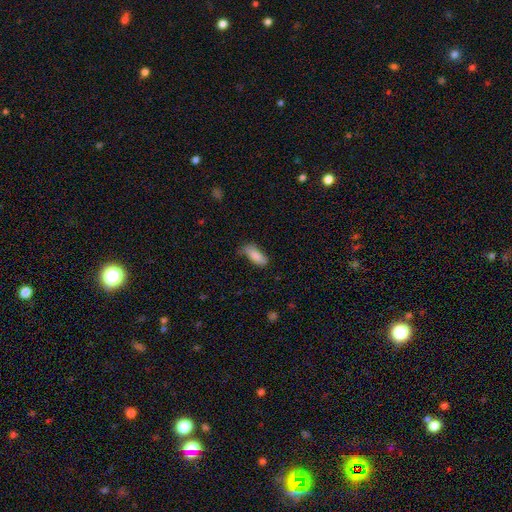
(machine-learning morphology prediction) Overall: smooth (86%). How rounded: in between (78%). Merging: none (60%; minor disturbance 30%).